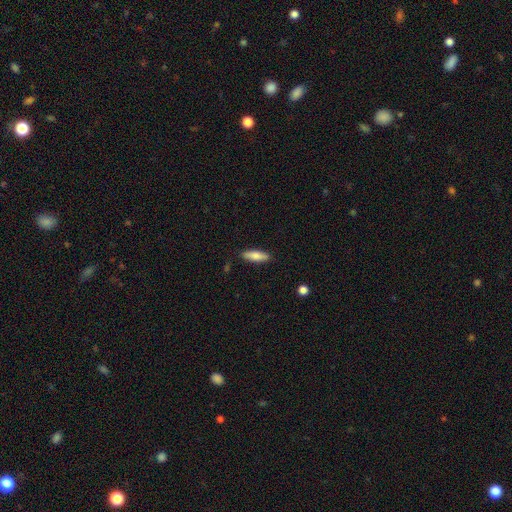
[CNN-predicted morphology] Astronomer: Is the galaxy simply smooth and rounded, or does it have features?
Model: smooth — 77%.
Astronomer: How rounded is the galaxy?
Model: cigar-shaped — 50% (runner-up: in between, 48%).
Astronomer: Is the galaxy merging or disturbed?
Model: none — 87%.